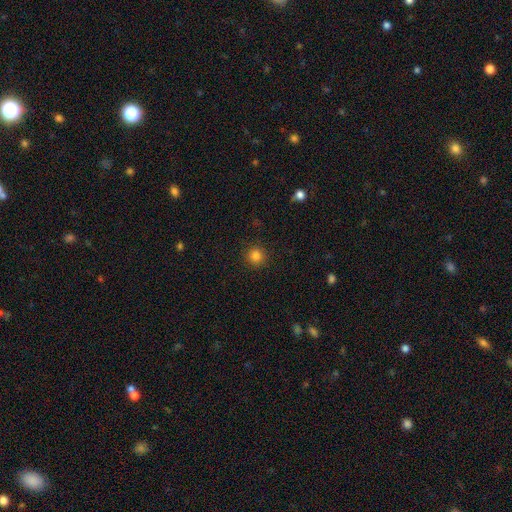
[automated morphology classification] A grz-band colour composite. It shows a smooth galaxy with no disk features (83%) that is round (94%). Merging: none (91%).